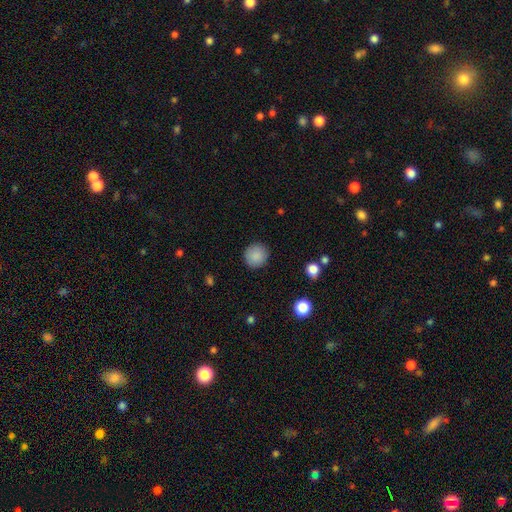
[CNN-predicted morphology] The model was most divided on "smooth or featured": smooth: 88%, star or artifact: 8%, featured or disk: 4%. More confident: how rounded — round (93%); merging — none (90%).